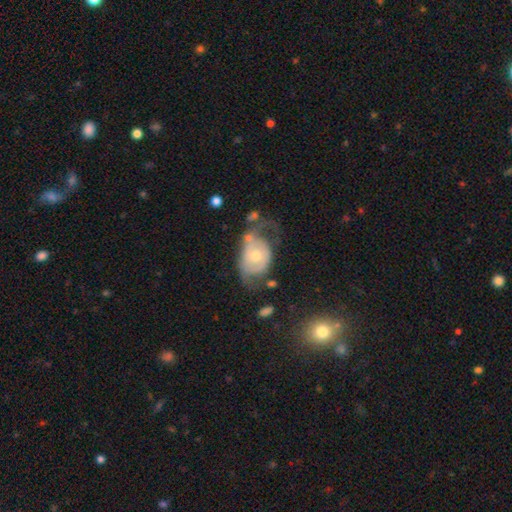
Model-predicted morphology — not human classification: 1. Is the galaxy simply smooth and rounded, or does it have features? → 65% featured or disk, 28% smooth, 7% star or artifact.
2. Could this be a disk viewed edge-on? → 95% no, 5% yes.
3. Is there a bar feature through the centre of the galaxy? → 78% no, 18% weak, 4% strong.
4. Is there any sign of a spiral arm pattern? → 64% yes, 36% no.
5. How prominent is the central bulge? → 62% moderate, 32% small, 4% large, 1% none, 1% dominant.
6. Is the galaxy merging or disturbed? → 37% major disturbance, 29% none, 24% minor disturbance, 10% merger.